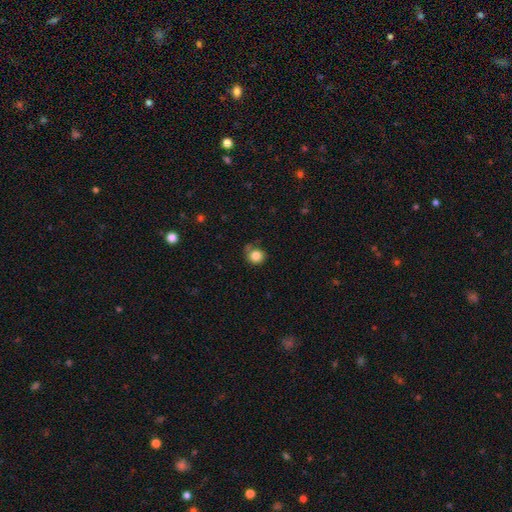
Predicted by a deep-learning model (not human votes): smooth 83%, star or artifact 10%, featured or disk 6%. Down the decision tree: how rounded — round (88%); merging — none (68%).